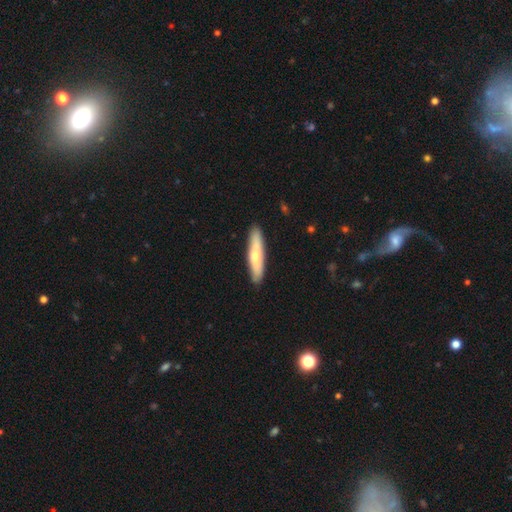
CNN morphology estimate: This appears to be a smooth galaxy with no disk features (65%) that is cigar-shaped (85%). Merging: none (89%).